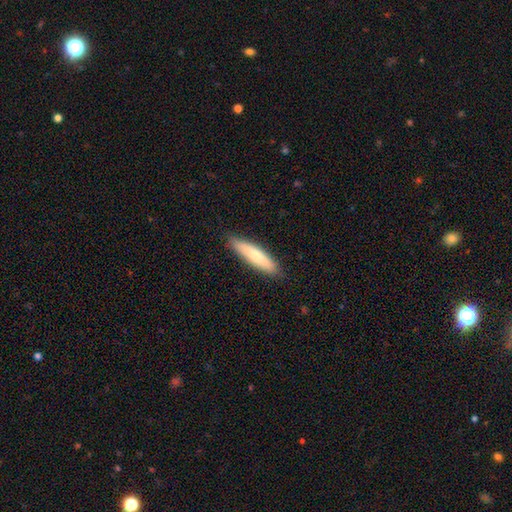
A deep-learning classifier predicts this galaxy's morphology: This appears to be a smooth galaxy with no disk features (74%) that is cigar-shaped (78%). Merging: none (87%).